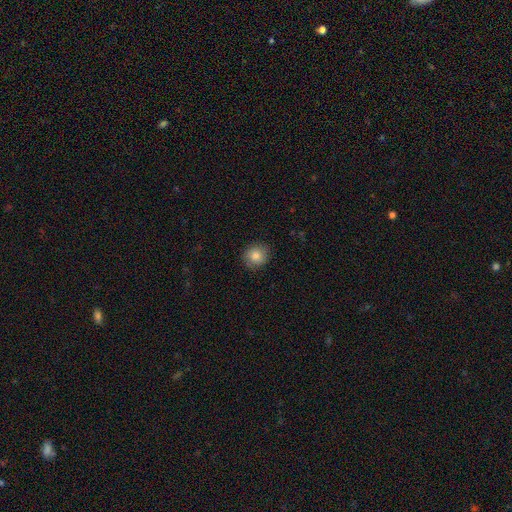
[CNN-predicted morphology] This appears to be a smooth galaxy with no disk features (82%) that is round (86%). Merging: none (88%).